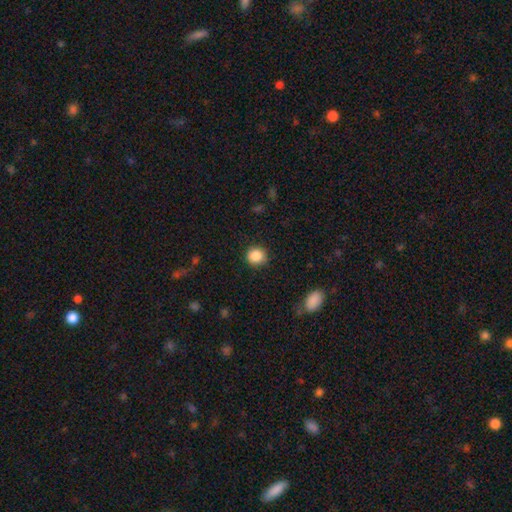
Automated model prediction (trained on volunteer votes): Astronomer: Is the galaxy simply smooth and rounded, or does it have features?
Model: smooth — 87%.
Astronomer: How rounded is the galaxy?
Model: round — 89%.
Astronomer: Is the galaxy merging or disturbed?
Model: none — 88%.